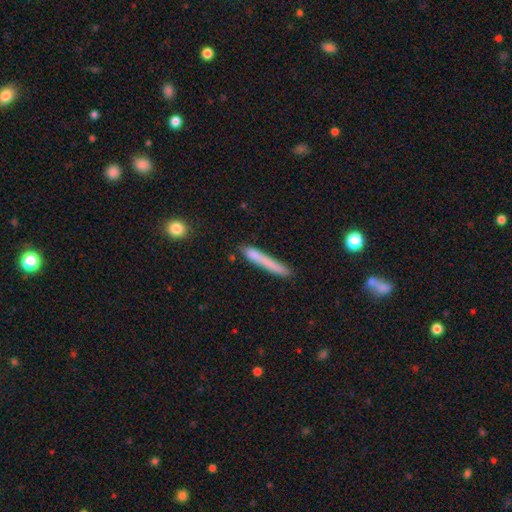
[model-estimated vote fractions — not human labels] A smooth galaxy with no disk features (73%) that is cigar-shaped (95%).

Vote fractions:
- Smooth or featured? smooth: 73% / featured or disk: 20% / star or artifact: 7%
- How rounded? cigar-shaped: 95% / in between: 3% / round: 1%
- Merging? none: 74% / minor disturbance: 18% / major disturbance: 4% / merger: 4%